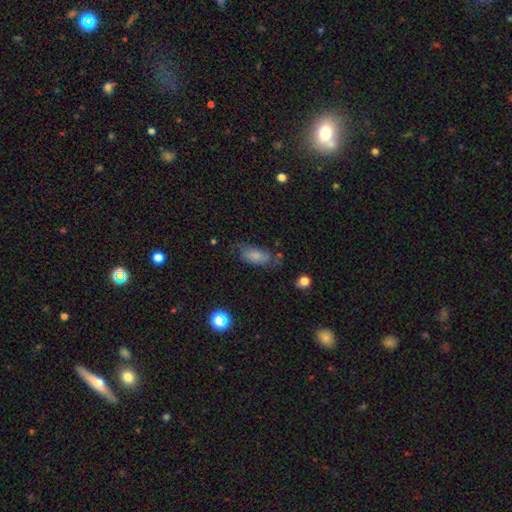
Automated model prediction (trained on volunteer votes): The model was most divided on "merging": none: 58%, minor disturbance: 27%, major disturbance: 11%, merger: 3%. More confident: how rounded — in between (87%); smooth or featured — smooth (70%).